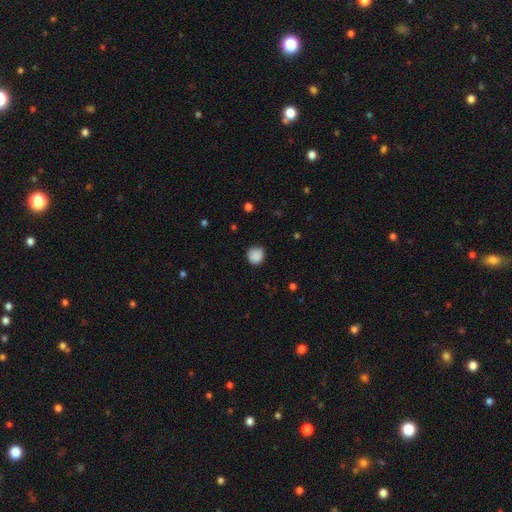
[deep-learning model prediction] smooth 88%, star or artifact 9%, featured or disk 3%. Down the decision tree: how rounded — round (91%); merging — none (82%).